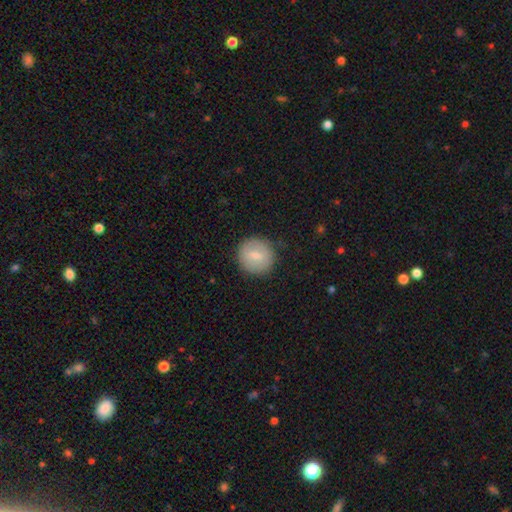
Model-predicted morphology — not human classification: A smooth galaxy with no disk features (74%) that is round (92%). Merging: none (87%).